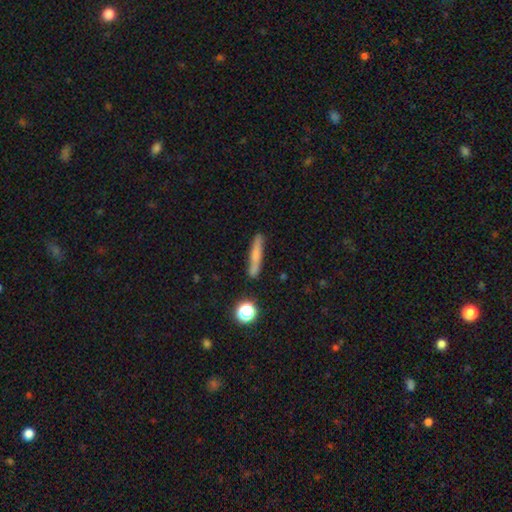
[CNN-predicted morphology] Overall: smooth (65%; featured or disk 26%). How rounded: cigar-shaped (89%). Merging: none (83%).